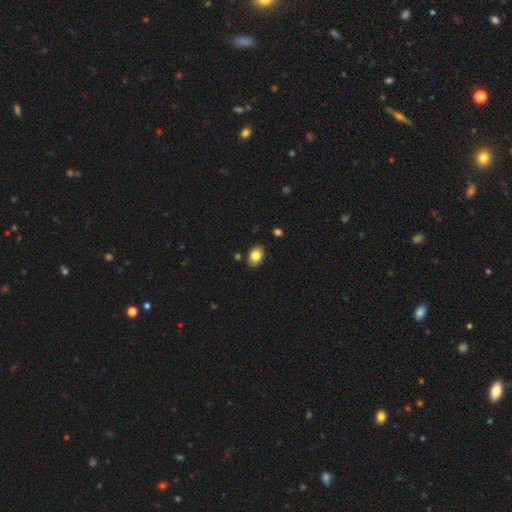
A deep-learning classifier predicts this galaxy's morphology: Smooth or featured? smooth (81%)
How rounded? in between (77%)
Merging? none (86%)